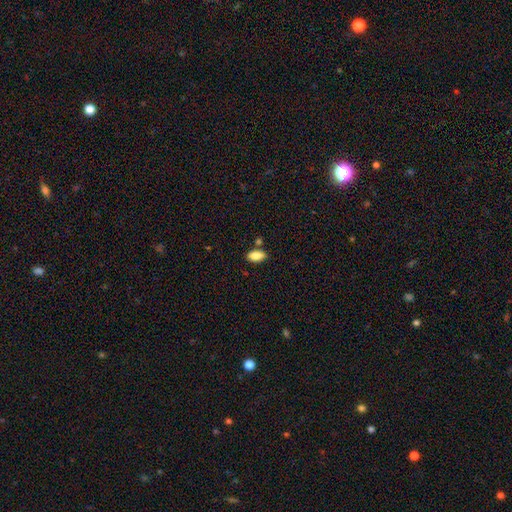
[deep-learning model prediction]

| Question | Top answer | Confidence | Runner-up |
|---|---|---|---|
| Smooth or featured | smooth | 85% | star or artifact (7%) |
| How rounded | in between | 92% | cigar-shaped (5%) |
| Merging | none | 78% | minor disturbance (12%) |